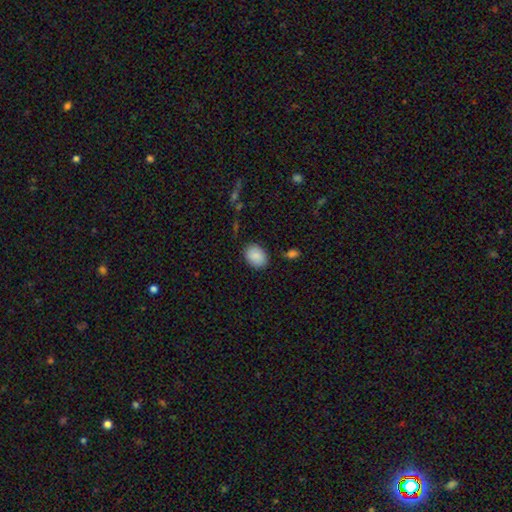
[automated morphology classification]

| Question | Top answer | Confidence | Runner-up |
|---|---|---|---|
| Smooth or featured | smooth | 88% | star or artifact (7%) |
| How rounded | in between | 74% | round (25%) |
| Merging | none | 84% | minor disturbance (11%) |